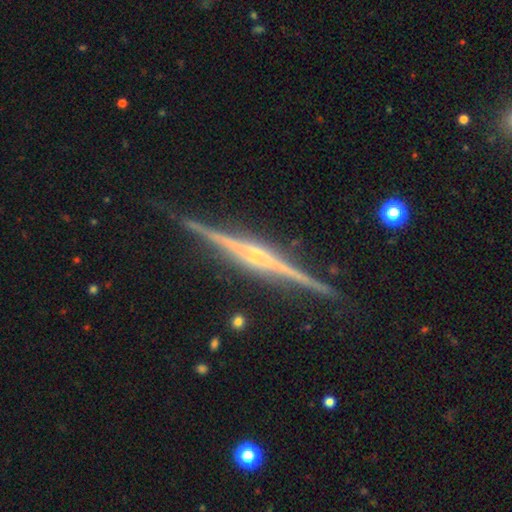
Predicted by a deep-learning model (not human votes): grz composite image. It shows a featured or disk galaxy (90%) viewed edge-on (99%) with a rounded central bulge (74%). Merging: none (90%).